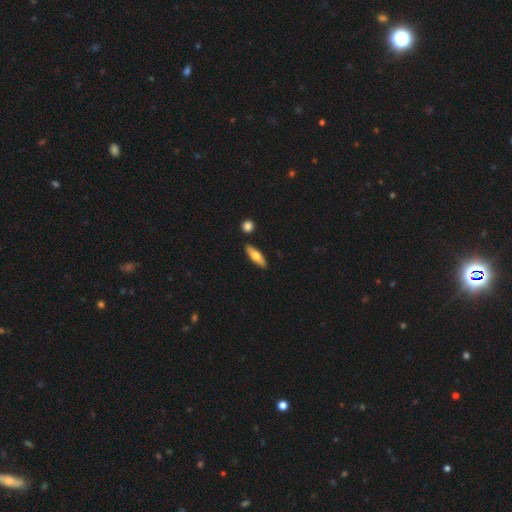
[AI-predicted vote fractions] smooth-or-featured: smooth: 61% | featured or disk: 33% | star or artifact: 6%
  how-rounded: cigar-shaped: 53% | in between: 45% | round: 3%
  merging: none: 86% | minor disturbance: 8% | merger: 4% | major disturbance: 2%